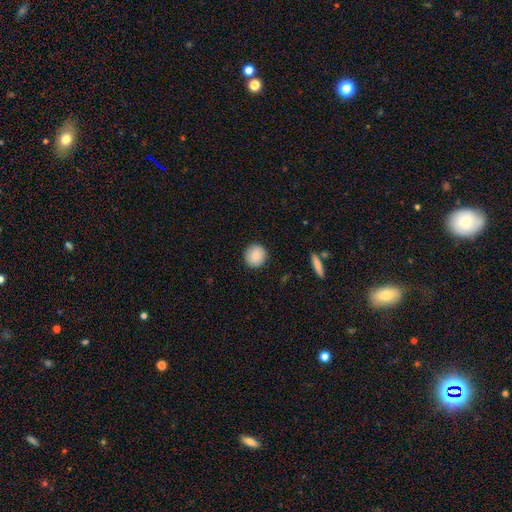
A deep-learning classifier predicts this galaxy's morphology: Smooth or featured? smooth (87%)
How rounded? round (92%)
Merging? none (91%)